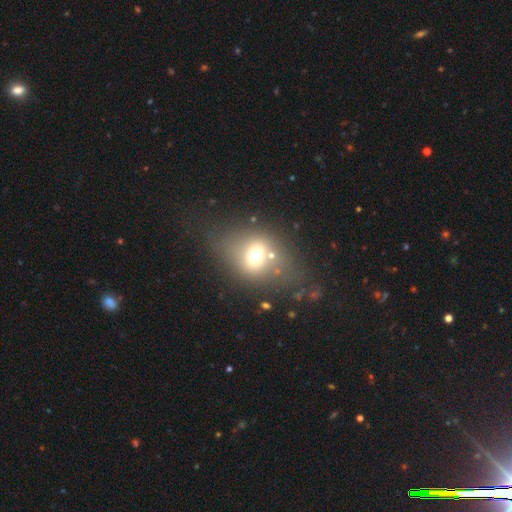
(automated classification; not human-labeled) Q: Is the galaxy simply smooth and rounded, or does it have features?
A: smooth — 62%.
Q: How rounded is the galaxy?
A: round — 53%.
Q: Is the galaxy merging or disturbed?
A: none — 62%.